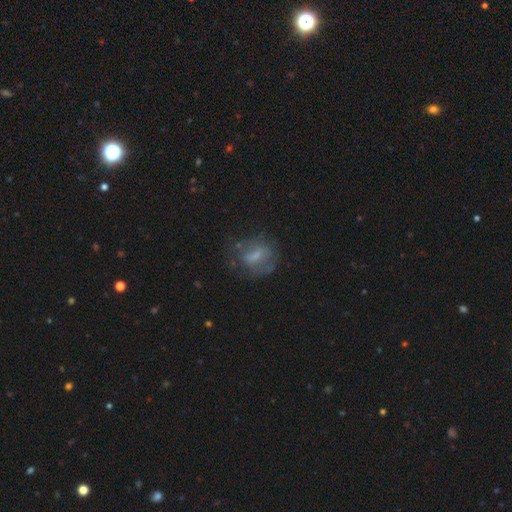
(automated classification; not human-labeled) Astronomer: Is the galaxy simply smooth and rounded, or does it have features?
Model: smooth — 48% (runner-up: featured or disk, 41%).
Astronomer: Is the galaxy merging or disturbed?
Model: none — 56%.